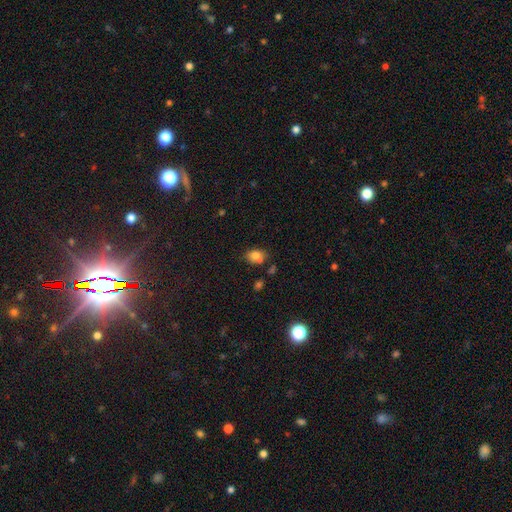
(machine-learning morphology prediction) type=smooth (78%); roundness=in between (64%); merging=none (61%).